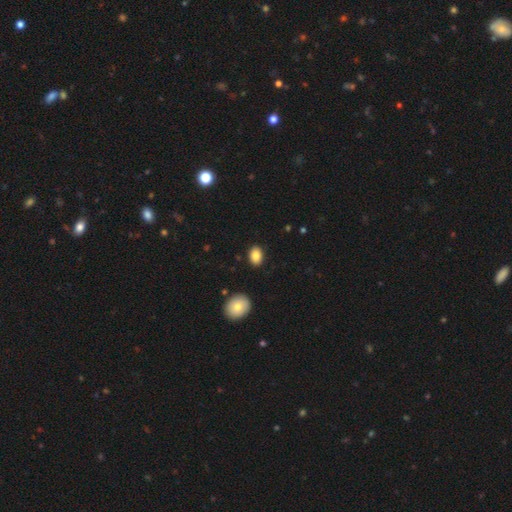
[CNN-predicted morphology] Smooth or featured? smooth (87%)
How rounded? in between (81%)
Merging? none (89%)